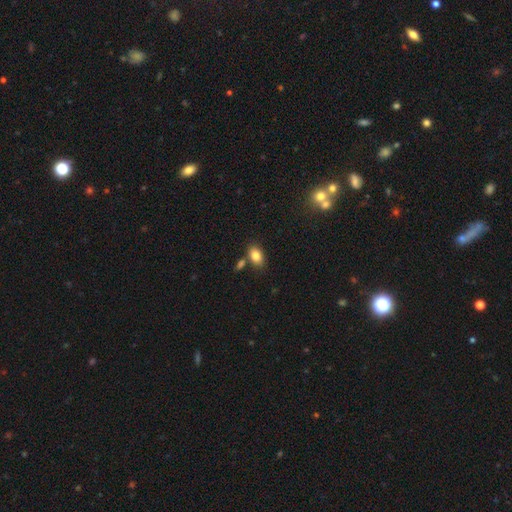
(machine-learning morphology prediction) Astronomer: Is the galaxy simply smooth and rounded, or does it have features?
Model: smooth — 84%.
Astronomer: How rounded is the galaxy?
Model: in between — 89%.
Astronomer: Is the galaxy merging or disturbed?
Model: none — 73%.